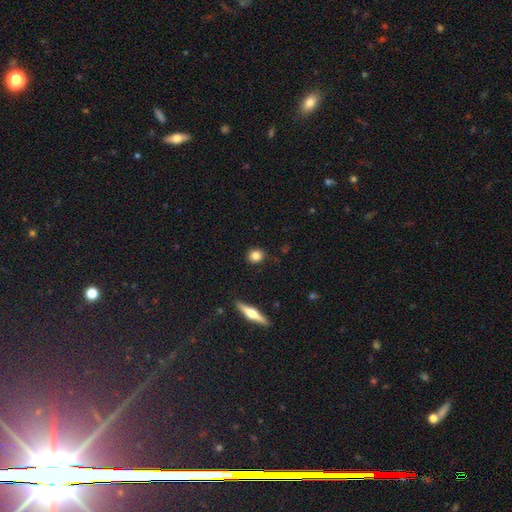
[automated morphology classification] smooth 81%, featured or disk 10%, star or artifact 9%. Down the decision tree: how rounded — round (83%); merging — none (89%).